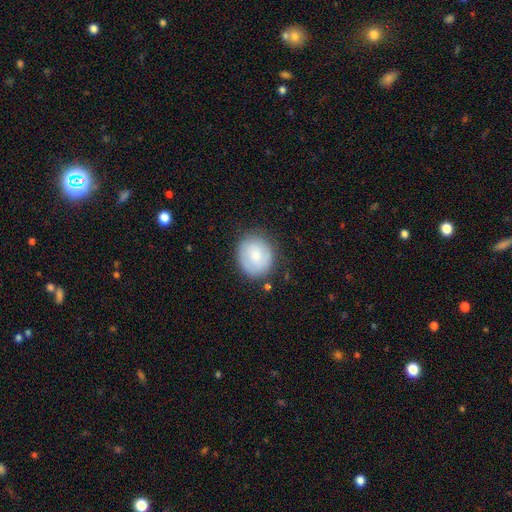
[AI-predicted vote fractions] Morphology: type=smooth (71%); roundness=round (69%); merging=none (76%).